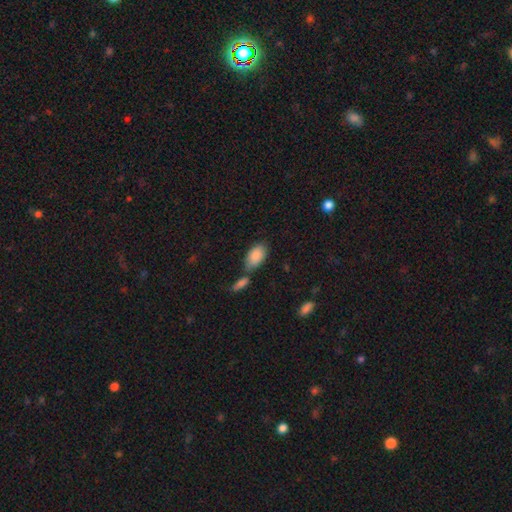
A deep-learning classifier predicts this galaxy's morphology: smooth 86%, featured or disk 7%, star or artifact 6%. Down the decision tree: how rounded — in between (93%); merging — none (52%).